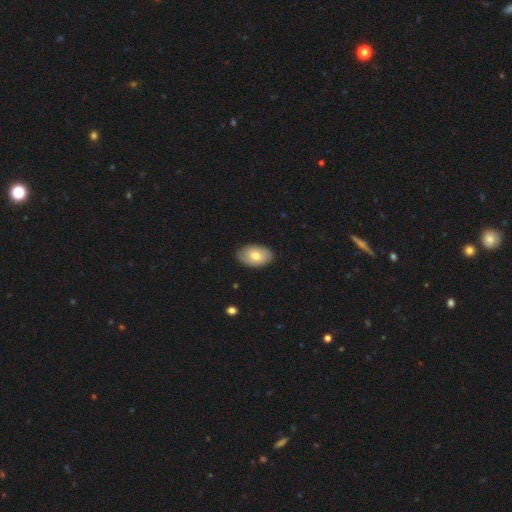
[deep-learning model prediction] Q: Smooth or featured?
A: smooth (75%); runner-up: featured or disk (19%)
Q: How rounded?
A: in between (91%); runner-up: round (8%)
Q: Merging?
A: none (84%); runner-up: minor disturbance (13%)